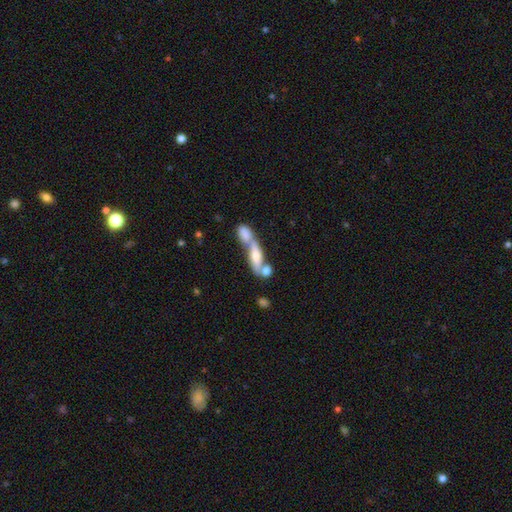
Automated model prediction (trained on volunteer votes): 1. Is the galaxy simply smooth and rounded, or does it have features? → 46% featured or disk, 45% smooth, 9% star or artifact.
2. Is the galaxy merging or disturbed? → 63% merger, 22% none, 8% minor disturbance, 6% major disturbance.